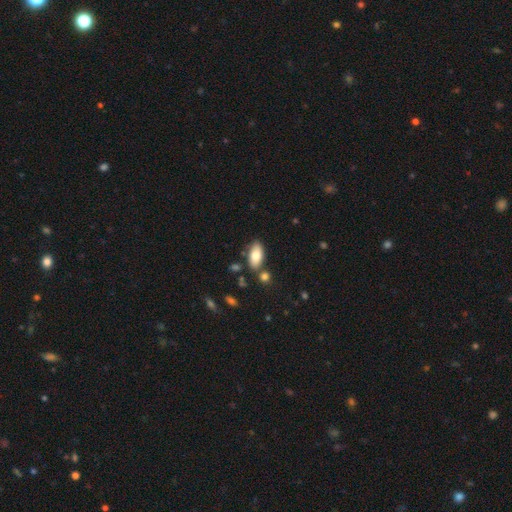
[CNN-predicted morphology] This appears to be a smooth galaxy with no disk features (79%) that is in between round and cigar-shaped (92%). Merging: none (74%).